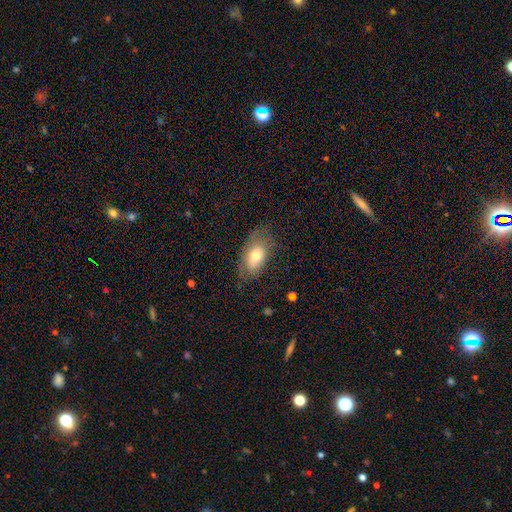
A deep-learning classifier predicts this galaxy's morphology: Smooth or featured: smooth — 69% (featured or disk — 23%)
How rounded: in between — 90% (round — 7%)
Merging: none — 65% (minor disturbance — 23%)